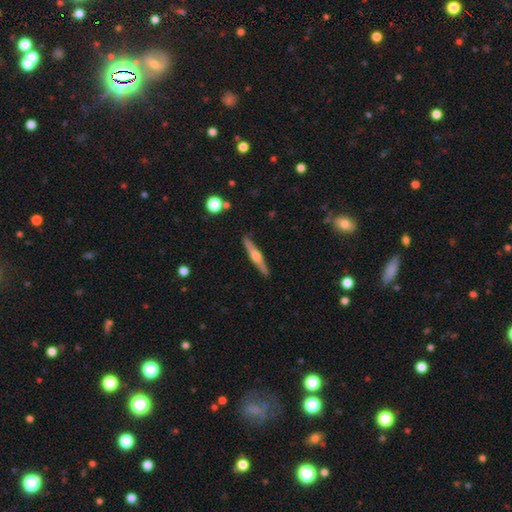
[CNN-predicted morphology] A featured or disk galaxy (66%) viewed edge-on (97%) with a rounded central bulge (89%). Merging: none (90%).